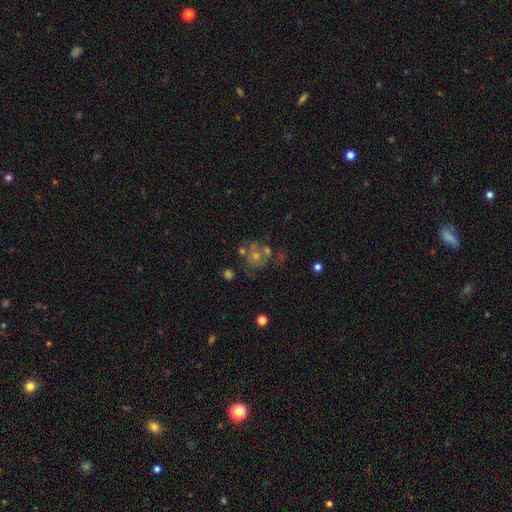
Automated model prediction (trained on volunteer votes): smooth_or_featured: featured or disk (p=0.49) [alt: smooth p=0.27]
merging: none (p=0.50) [alt: merger p=0.19]